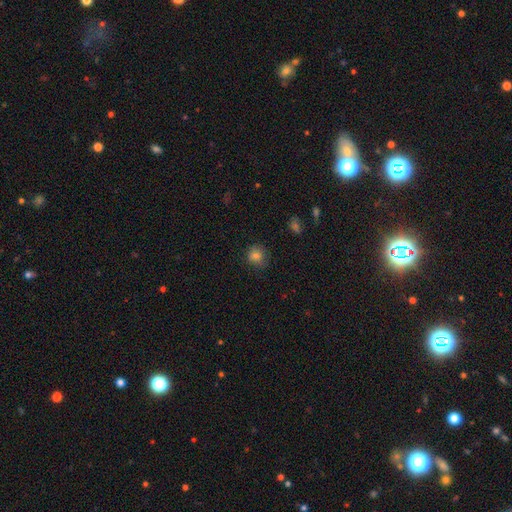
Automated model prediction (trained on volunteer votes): The model was most divided on "merging": none: 77%, minor disturbance: 18%, major disturbance: 4%, merger: 1%. More confident: how rounded — round (85%); smooth or featured — smooth (81%).